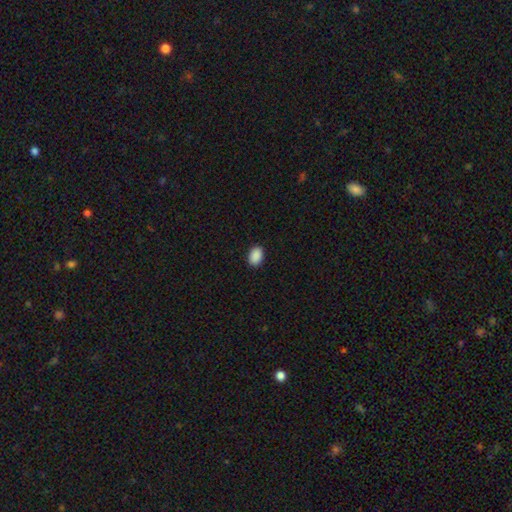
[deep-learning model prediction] This is clearly a smooth galaxy (90%). How rounded: clearly in between (81%). Merging: clearly none (90%).